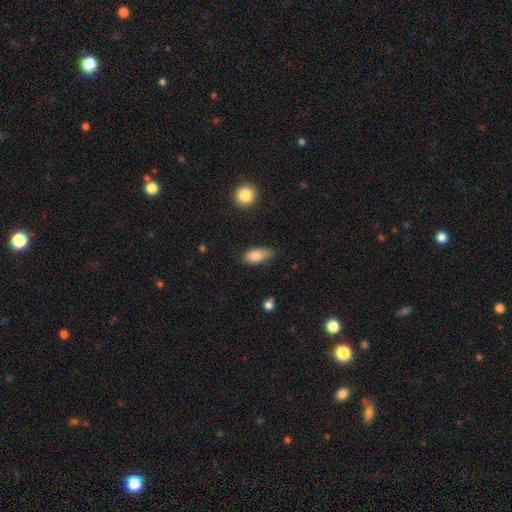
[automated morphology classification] Smooth or featured? smooth (86%)
How rounded? in between (88%)
Merging? none (58%)